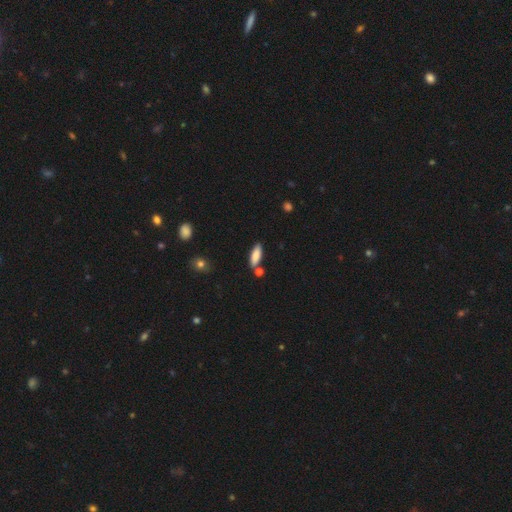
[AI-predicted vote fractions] Overall: smooth (84%). How rounded: in between (56%; cigar-shaped 41%). Merging: none (76%).